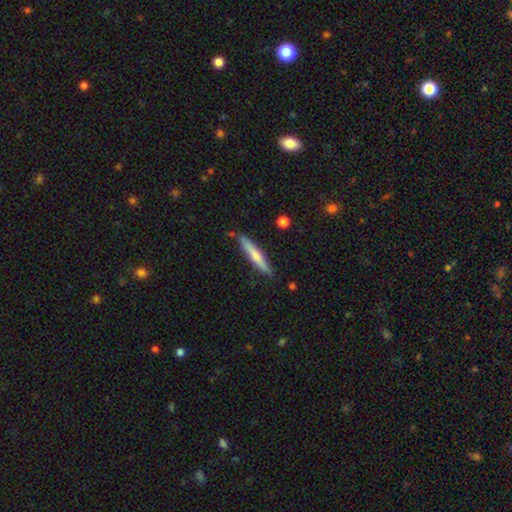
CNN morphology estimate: Overall: smooth (58%; featured or disk 36%). How rounded: cigar-shaped (92%). Merging: none (85%).